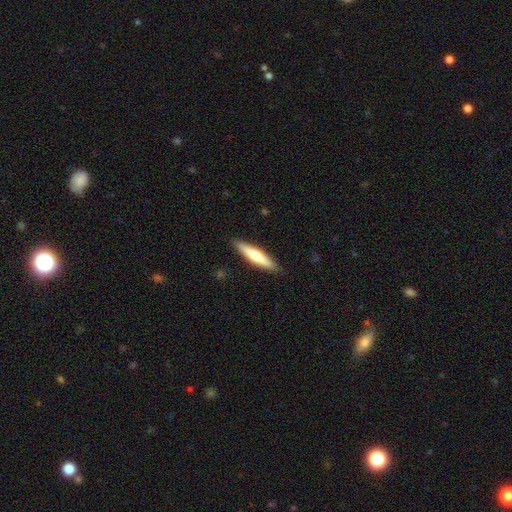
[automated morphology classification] Smooth or featured?
  - smooth: 62% *
  - featured or disk: 33%
  - star or artifact: 5%
How rounded?
  - cigar-shaped: 87% *
  - in between: 12%
  - round: 1%
Merging?
  - none: 89% *
  - minor disturbance: 9%
  - major disturbance: 2%
  - merger: 1%